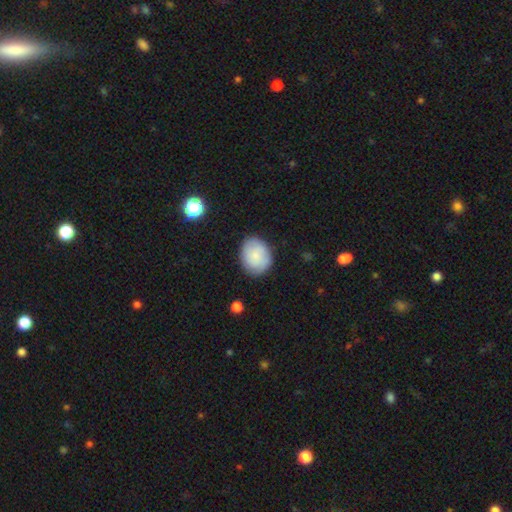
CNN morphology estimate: Smooth or featured?
  - smooth: 75% *
  - featured or disk: 18%
  - star or artifact: 7%
How rounded?
  - round: 51% *
  - in between: 48%
  - cigar-shaped: 1%
Merging?
  - none: 81% *
  - minor disturbance: 14%
  - major disturbance: 3%
  - merger: 1%